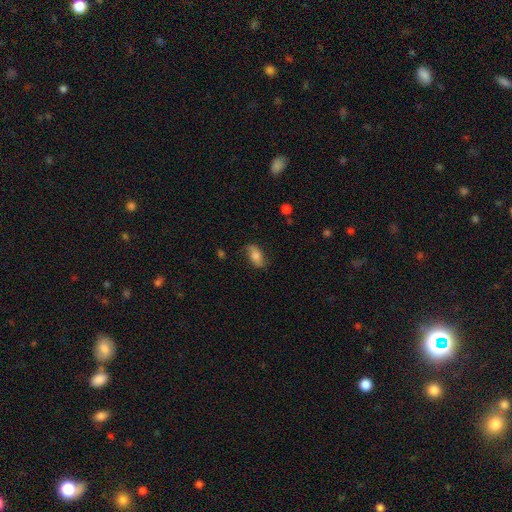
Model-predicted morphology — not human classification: A smooth galaxy with no disk features (66%) that is in between round and cigar-shaped (89%). Merging: none (71%).